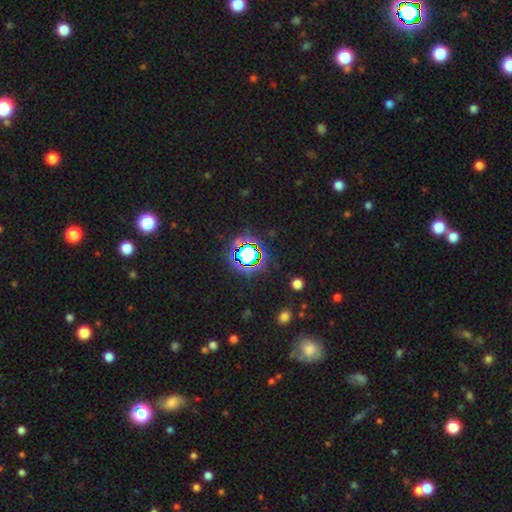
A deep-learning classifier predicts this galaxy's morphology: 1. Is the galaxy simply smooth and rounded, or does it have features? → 68% star or artifact, 21% smooth, 11% featured or disk.